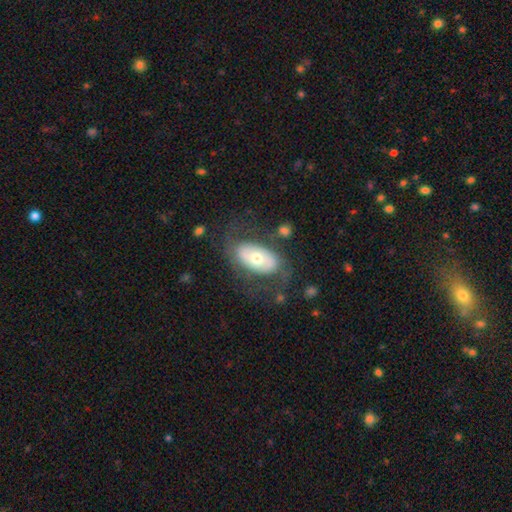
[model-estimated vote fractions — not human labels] Overall: smooth (48%; featured or disk 45%). Merging: none (64%).